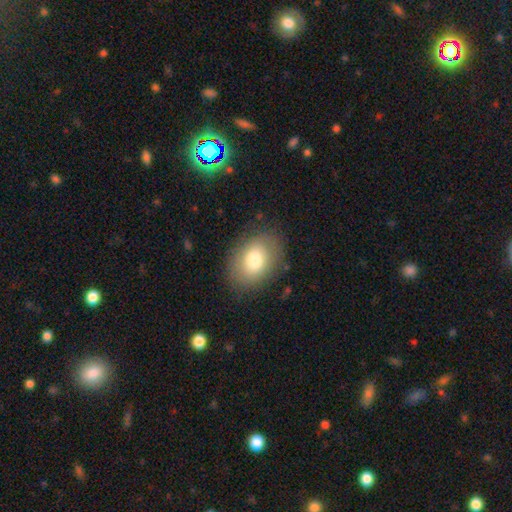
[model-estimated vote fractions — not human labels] This appears to be a smooth galaxy with no disk features (77%) that is in between round and cigar-shaped (75%). Merging: none (81%).